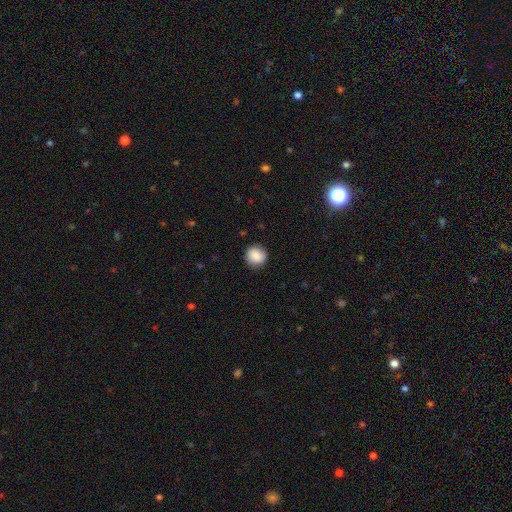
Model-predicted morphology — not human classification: Overall: smooth (86%). How rounded: round (93%). Merging: none (89%).